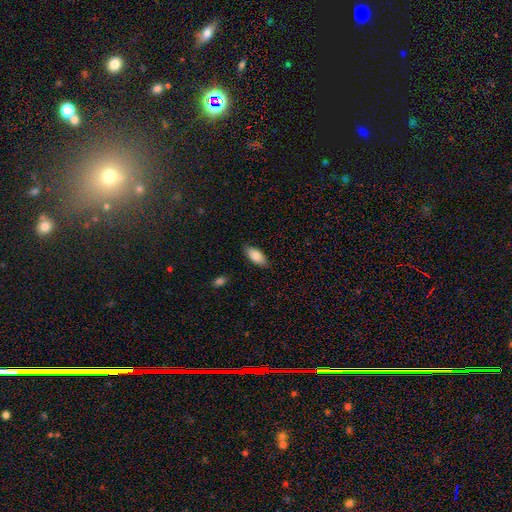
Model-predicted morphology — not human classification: Smooth or featured? Predicted: smooth (p=0.86). How rounded? Predicted: in between (p=0.88). Merging? Predicted: none (p=0.84).